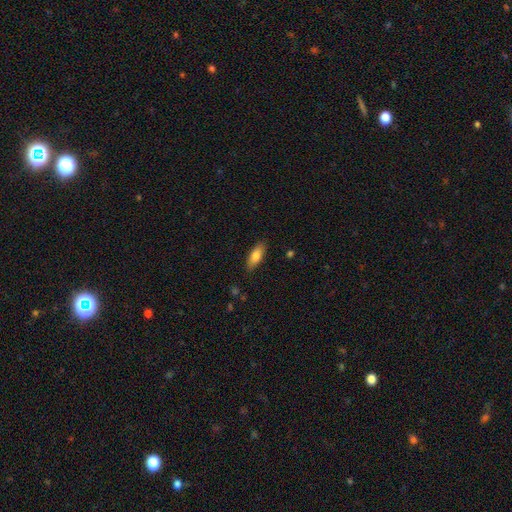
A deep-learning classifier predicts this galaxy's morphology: Overall: smooth (78%). How rounded: in between (67%; cigar-shaped 31%). Merging: none (86%).